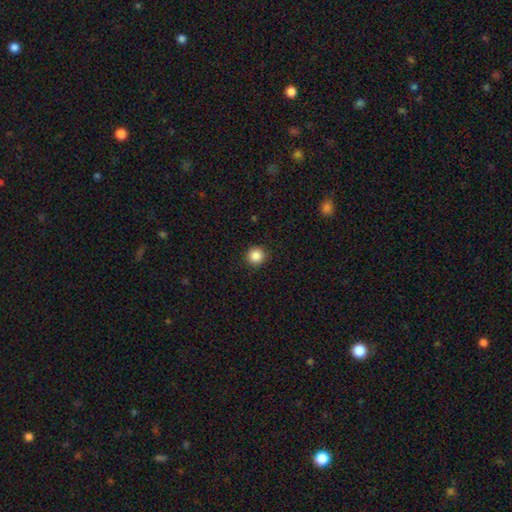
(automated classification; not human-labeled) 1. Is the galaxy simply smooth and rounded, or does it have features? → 87% smooth, 10% star or artifact, 3% featured or disk.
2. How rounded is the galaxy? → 95% round, 4% in between, 1% cigar-shaped.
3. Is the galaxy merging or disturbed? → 92% none, 5% minor disturbance, 2% major disturbance, 1% merger.